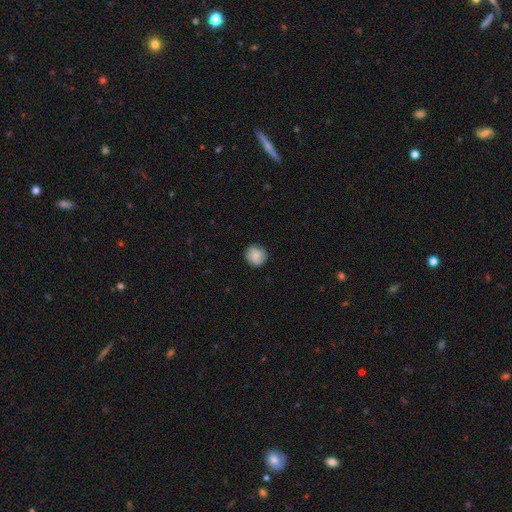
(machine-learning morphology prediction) Q: Smooth or featured?
A: smooth (73%); runner-up: featured or disk (19%)
Q: How rounded?
A: round (91%); runner-up: in between (8%)
Q: Merging?
A: none (86%); runner-up: minor disturbance (11%)